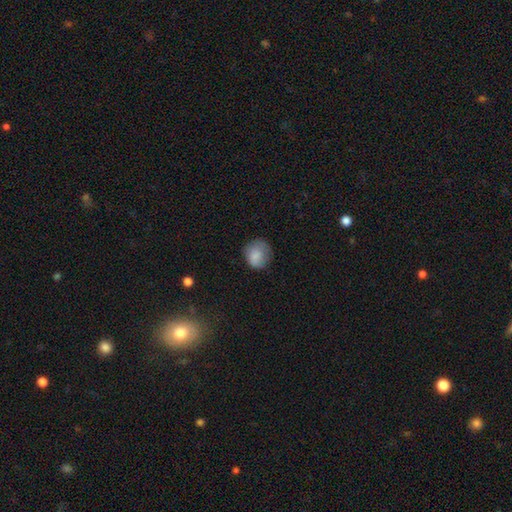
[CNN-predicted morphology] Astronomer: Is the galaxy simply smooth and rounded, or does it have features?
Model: smooth — 83%.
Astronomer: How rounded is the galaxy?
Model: round — 75%.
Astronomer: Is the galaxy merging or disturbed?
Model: none — 65%.